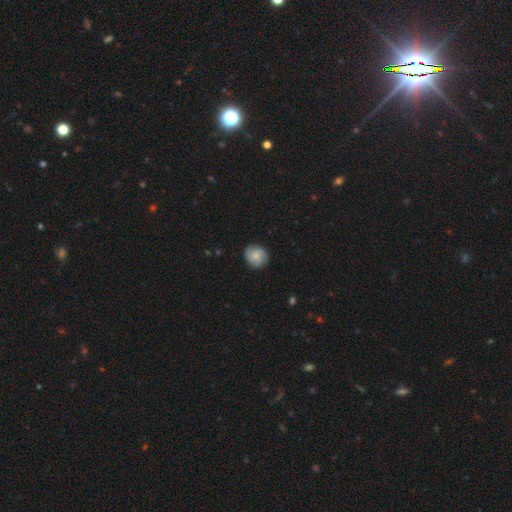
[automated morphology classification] Smooth or featured?
  - smooth: 70% *
  - featured or disk: 23%
  - star or artifact: 7%
How rounded?
  - round: 88% *
  - in between: 11%
  - cigar-shaped: 1%
Merging?
  - none: 85% *
  - minor disturbance: 11%
  - major disturbance: 2%
  - merger: 1%